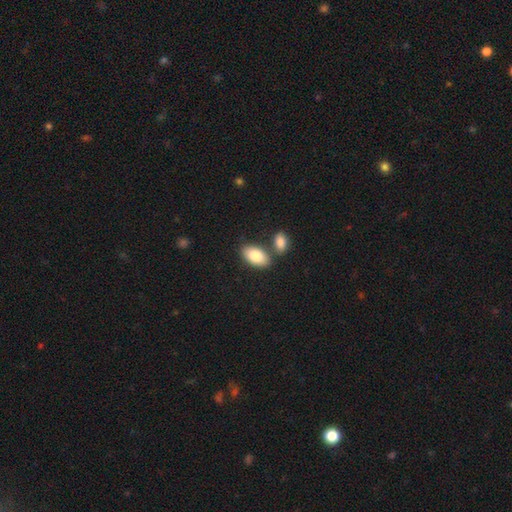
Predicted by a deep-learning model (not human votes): Smooth or featured? smooth (83%)
How rounded? in between (94%)
Merging? none (66%)